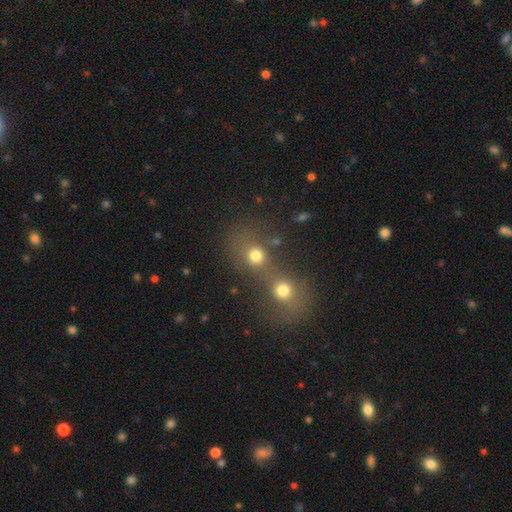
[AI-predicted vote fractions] Morphology: type=smooth (74%); roundness=round (77%); merging=merger (62%).